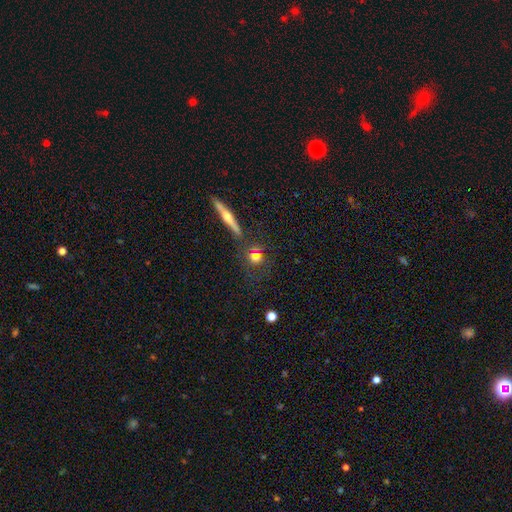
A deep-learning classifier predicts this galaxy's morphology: A smooth galaxy with no disk features (47%). Merging: none (77%).